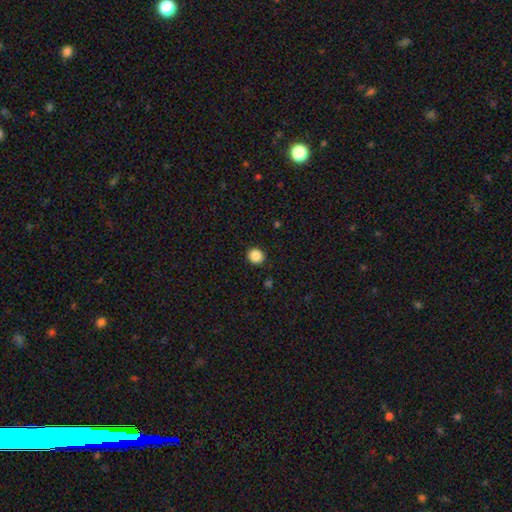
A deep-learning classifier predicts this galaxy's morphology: smooth-or-featured: smooth: 87% | star or artifact: 10% | featured or disk: 3%
  how-rounded: round: 89% | in between: 10% | cigar-shaped: 1%
  merging: none: 92% | minor disturbance: 5% | major disturbance: 2% | merger: 1%